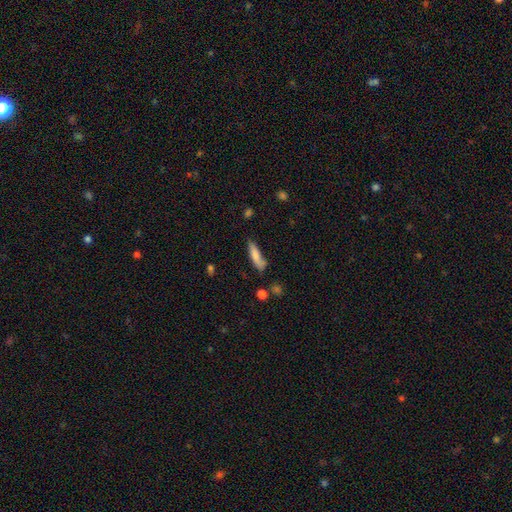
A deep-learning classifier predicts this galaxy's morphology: The model was most divided on "merging": none: 57%, minor disturbance: 28%, major disturbance: 8%, merger: 6%. More confident: smooth or featured — smooth (76%); how rounded — cigar-shaped (67%).